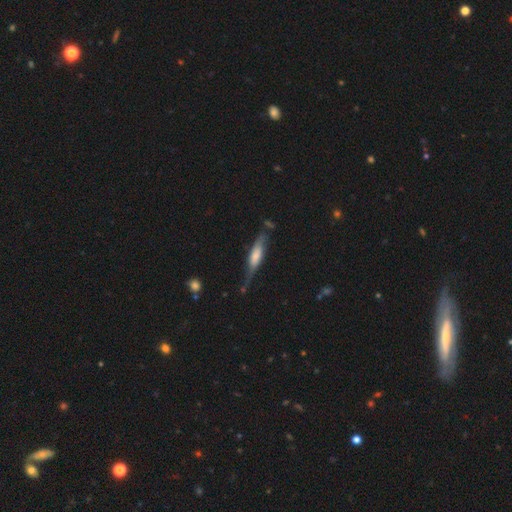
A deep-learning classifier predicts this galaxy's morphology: smooth_or_featured: smooth (p=0.48) [alt: featured or disk p=0.46]
merging: none (p=0.51) [alt: minor disturbance p=0.30]